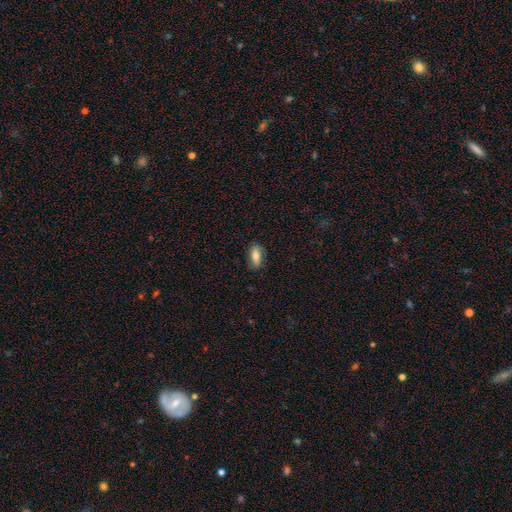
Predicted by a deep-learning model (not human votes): Morphology: type=smooth (72%); roundness=in between (78%); merging=none (77%).